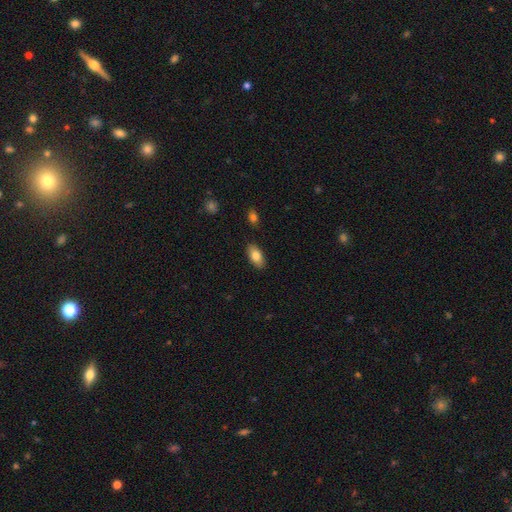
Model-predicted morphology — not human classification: smooth 81%, featured or disk 12%, star or artifact 7%. Down the decision tree: how rounded — in between (92%); merging — none (88%).